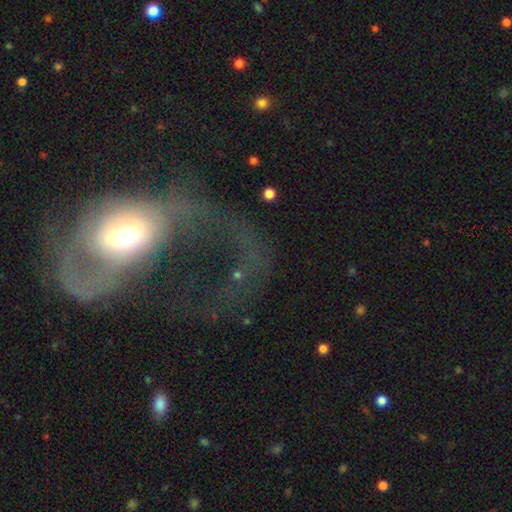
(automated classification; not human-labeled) A featured or disk galaxy (58%) with no bar (62%), spiral arms (56%) and a moderate central bulge (56%).

Vote fractions:
- Smooth or featured? featured or disk: 58% / smooth: 30% / star or artifact: 12%
- Edge-on disk? no: 94% / yes: 6%
- Bar? no: 62% / weak: 25% / strong: 13%
- Spiral arms? yes: 56% / no: 44%
- Bulge size? moderate: 56% / large: 21% / small: 15% / dominant: 6% / none: 2%
- Merging? major disturbance: 63% / none: 19% / minor disturbance: 10% / merger: 8%